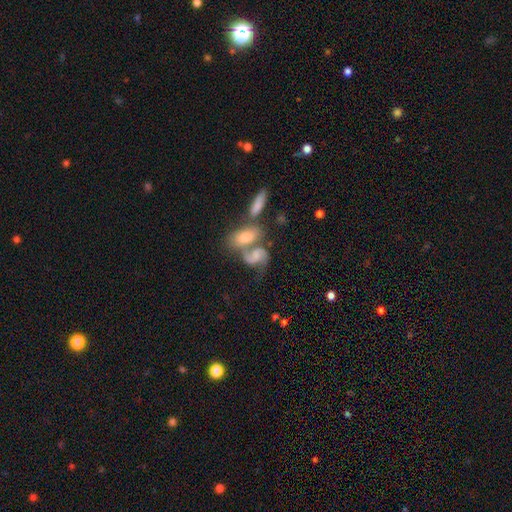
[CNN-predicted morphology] The model was most divided on "spiral winding" (2-way tie): medium: 43%, loose: 43%, tight: 13%. Remaining: edge-on disk — no (95%); spiral arms — yes (88%); spiral arm count — 2 (83%); smooth or featured — featured or disk (62%); bar — no (58%); merging — merger (56%); bulge size — moderate (36%).